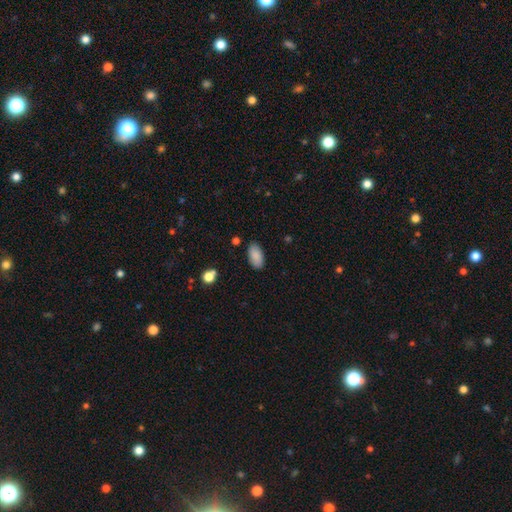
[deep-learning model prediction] A smooth galaxy with no disk features (87%) that is in between round and cigar-shaped (94%). Merging: none (86%).